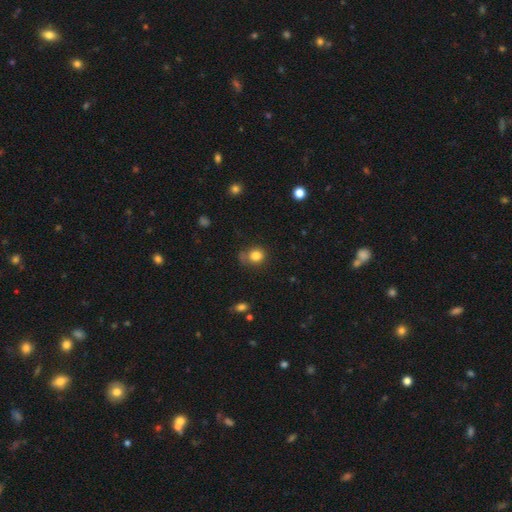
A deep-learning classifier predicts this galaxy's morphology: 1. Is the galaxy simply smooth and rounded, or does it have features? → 82% smooth, 11% star or artifact, 6% featured or disk.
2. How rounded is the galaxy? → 76% round, 23% in between, 1% cigar-shaped.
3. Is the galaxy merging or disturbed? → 63% none, 22% minor disturbance, 9% major disturbance, 7% merger.